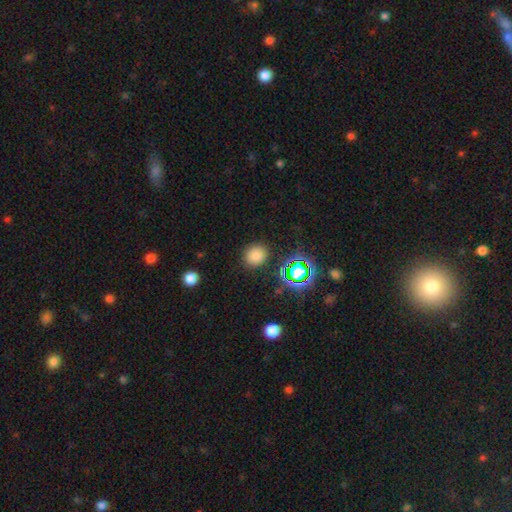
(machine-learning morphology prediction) smooth-or-featured: smooth: 76% | star or artifact: 19% | featured or disk: 5%
  how-rounded: round: 70% | in between: 29% | cigar-shaped: 1%
  merging: none: 86% | minor disturbance: 9% | major disturbance: 3% | merger: 2%